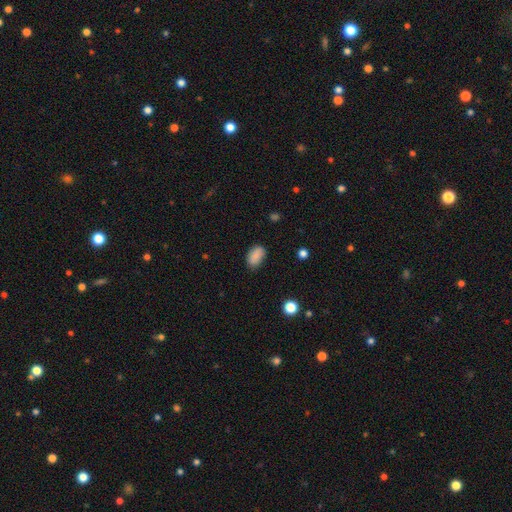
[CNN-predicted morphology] type=smooth (87%); roundness=in between (90%); merging=none (75%).